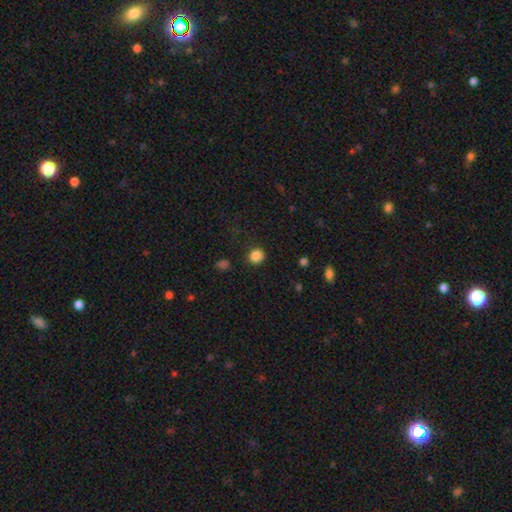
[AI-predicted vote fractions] The model was most divided on "how rounded": round: 83%, in between: 16%, cigar-shaped: 1%. More confident: merging — none (87%); smooth or featured — smooth (85%).